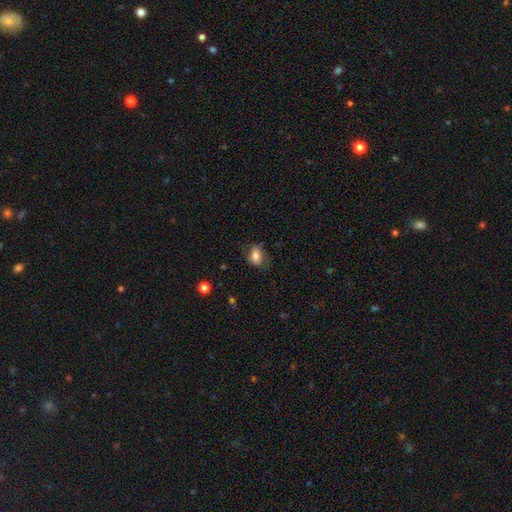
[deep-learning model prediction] The model was most divided on "how rounded": in between: 68%, round: 30%, cigar-shaped: 2%. More confident: smooth or featured — smooth (76%); merging — none (67%).